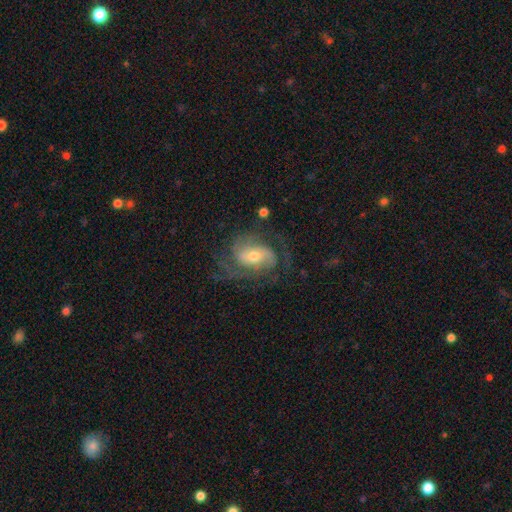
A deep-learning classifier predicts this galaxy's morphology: Smooth or featured? featured or disk (79%)
Edge-on disk? no (97%)
Bar? no (53%)
Spiral arms? yes (91%)
Spiral winding? medium (46%)
Spiral arm count? 2 (44%)
Bulge size? moderate (57%)
Merging? none (60%)